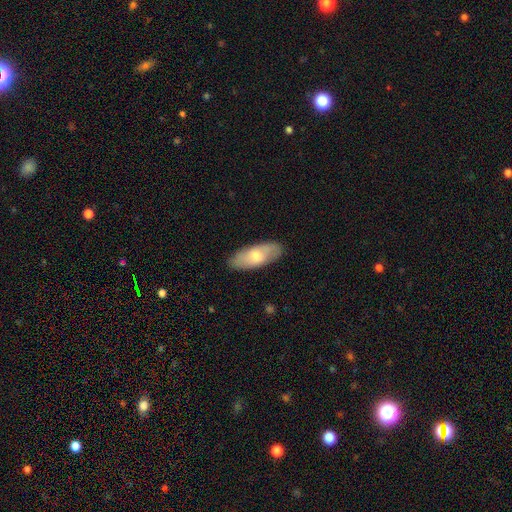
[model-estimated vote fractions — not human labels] Morphology: type=smooth (64%); roundness=in between (79%); merging=none (86%).